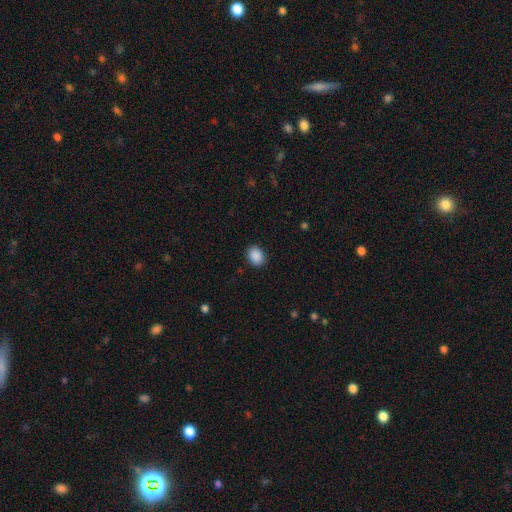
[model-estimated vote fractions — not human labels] smooth_or_featured: smooth (p=0.90) [alt: star or artifact p=0.08]
how_rounded: in between (p=0.62) [alt: round p=0.37]
merging: none (p=0.88) [alt: minor disturbance p=0.08]